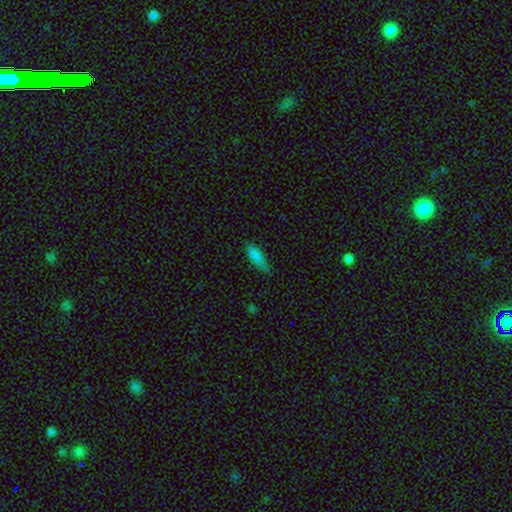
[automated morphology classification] Smooth or featured? Predicted: smooth (p=0.84). How rounded? Predicted: in between (p=0.56). Merging? Predicted: none (p=0.73).